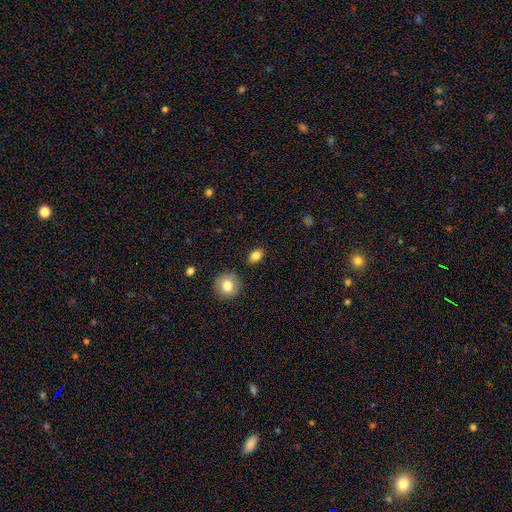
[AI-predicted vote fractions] Smooth or featured? Predicted: smooth (p=0.84). How rounded? Predicted: in between (p=0.78). Merging? Predicted: none (p=0.87).